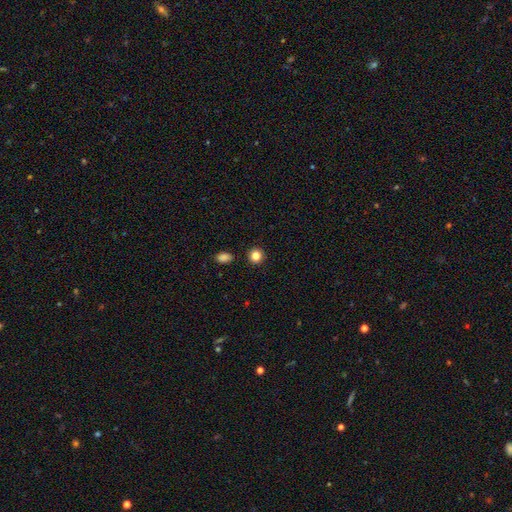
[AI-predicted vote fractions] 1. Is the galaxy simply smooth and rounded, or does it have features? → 84% smooth, 11% star or artifact, 5% featured or disk.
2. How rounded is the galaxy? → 90% round, 9% in between, 1% cigar-shaped.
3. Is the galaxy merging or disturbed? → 90% none, 6% minor disturbance, 3% merger, 2% major disturbance.